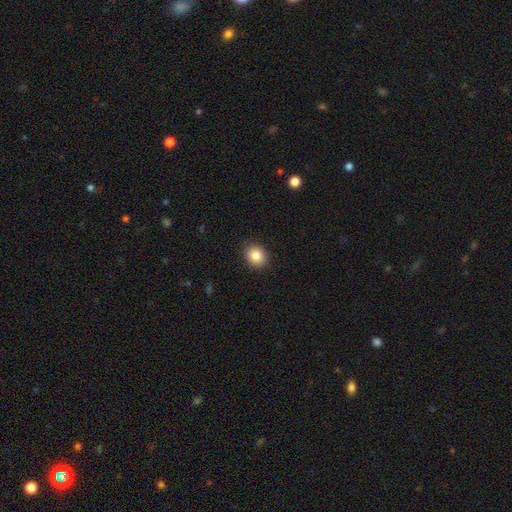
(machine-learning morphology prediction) Smooth or featured?
  - smooth: 86% *
  - star or artifact: 9%
  - featured or disk: 5%
How rounded?
  - round: 67% *
  - in between: 32%
  - cigar-shaped: 1%
Merging?
  - none: 90% *
  - minor disturbance: 7%
  - major disturbance: 2%
  - merger: 1%